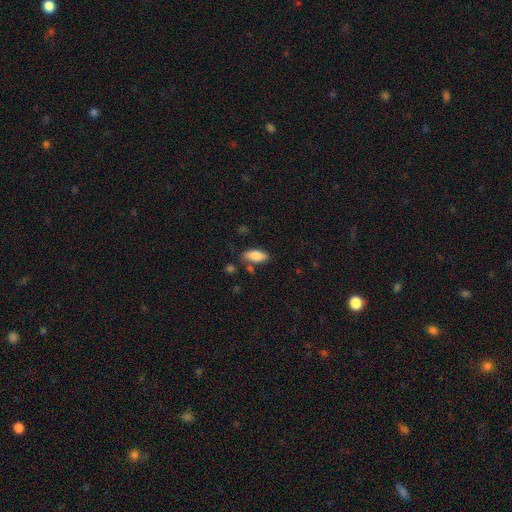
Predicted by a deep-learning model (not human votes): smooth_or_featured: smooth (p=0.82) [alt: featured or disk p=0.11]
how_rounded: in between (p=0.83) [alt: cigar-shaped p=0.15]
merging: none (p=0.75) [alt: minor disturbance p=0.16]